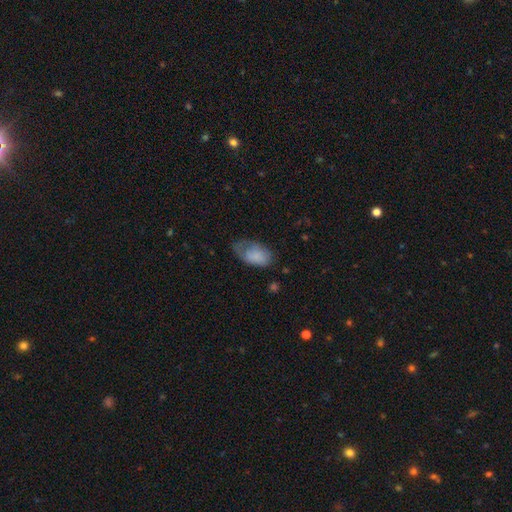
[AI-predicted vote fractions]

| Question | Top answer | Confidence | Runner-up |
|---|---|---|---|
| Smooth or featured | smooth | 74% | featured or disk (18%) |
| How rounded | in between | 92% | round (7%) |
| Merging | minor disturbance | 35% | none (32%) |